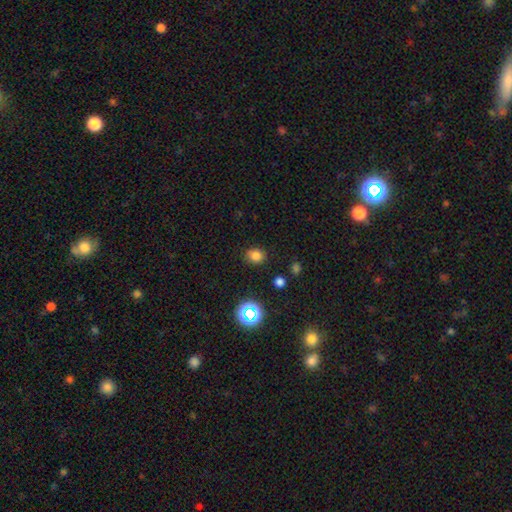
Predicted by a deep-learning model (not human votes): This is likely a smooth galaxy (77%). How rounded: possibly round (59%). Merging: clearly none (84%).